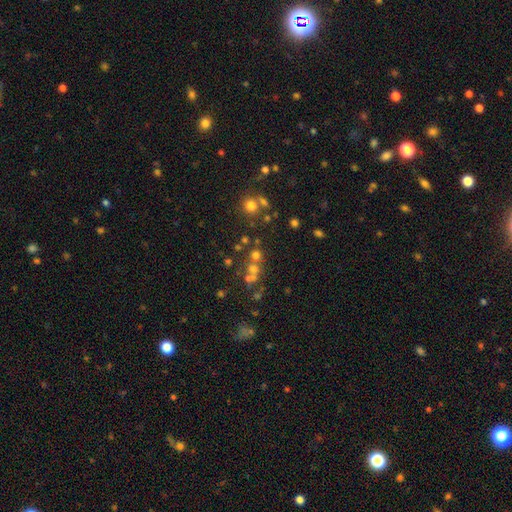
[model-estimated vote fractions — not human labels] Smooth or featured?
  - smooth: 57% *
  - star or artifact: 28%
  - featured or disk: 16%
How rounded?
  - round: 85% *
  - in between: 14%
  - cigar-shaped: 1%
Merging?
  - none: 53% *
  - merger: 33%
  - minor disturbance: 8%
  - major disturbance: 5%